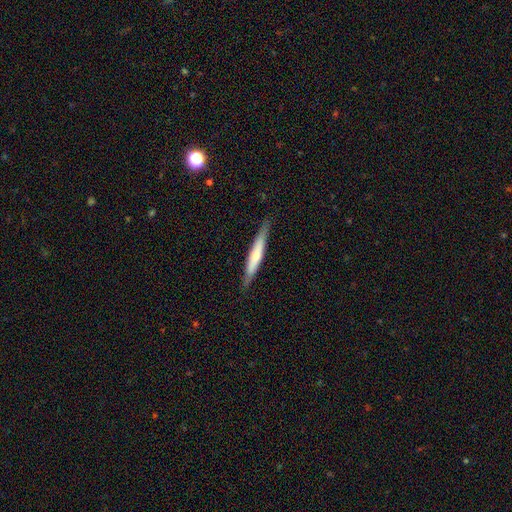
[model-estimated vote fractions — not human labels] smooth-or-featured: smooth: 52% | featured or disk: 43% | star or artifact: 5%
  how-rounded: cigar-shaped: 95% | in between: 4% | round: 1%
  merging: none: 88% | minor disturbance: 10% | major disturbance: 2% | merger: 1%